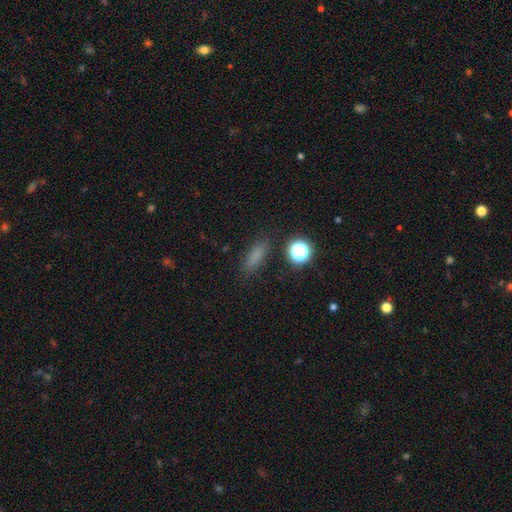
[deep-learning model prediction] smooth-or-featured: smooth: 74% | star or artifact: 17% | featured or disk: 9%
  how-rounded: cigar-shaped: 46% | in between: 45% | round: 8%
  merging: none: 83% | minor disturbance: 11% | major disturbance: 4% | merger: 3%